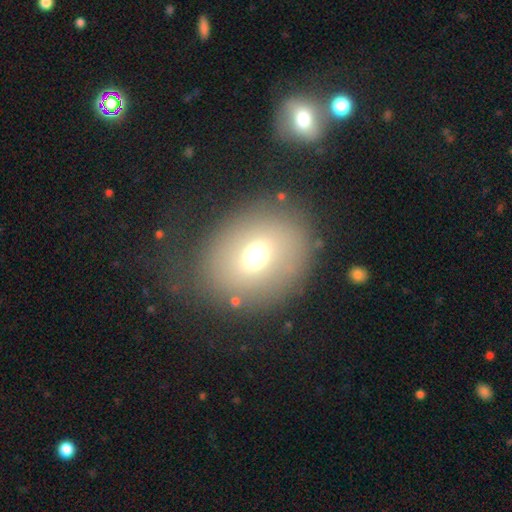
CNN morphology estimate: This is likely a smooth galaxy (64%). How rounded: possibly round (57%). Merging: likely none (78%).